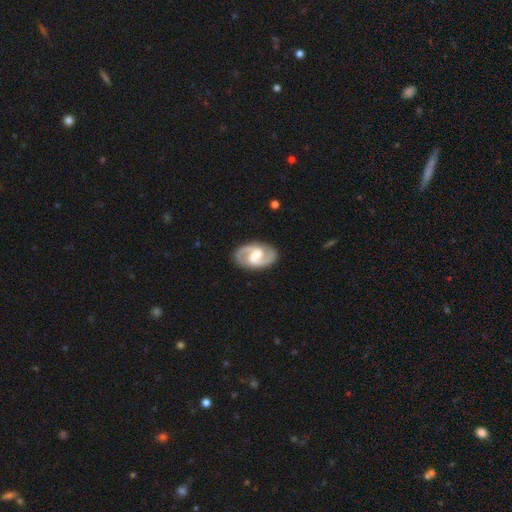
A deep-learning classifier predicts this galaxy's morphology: smooth-or-featured: featured or disk: 88% | smooth: 8% | star or artifact: 4%
  disk-edge-on: no: 98% | yes: 2%
    bar: weak: 49% | strong: 33% | no: 18%
    has-spiral-arms: yes: 95% | no: 5%
      spiral-winding: medium: 57% | tight: 25% | loose: 17%
      spiral-arm-count: 2: 94% | can't tell: 2% | 1: 1% | 3: 1% | 4: 1% | more than 4: 1%
    bulge-size: moderate: 45% | large: 23% | small: 19% | none: 12% | dominant: 2%
  merging: none: 87% | minor disturbance: 9% | major disturbance: 3% | merger: 1%